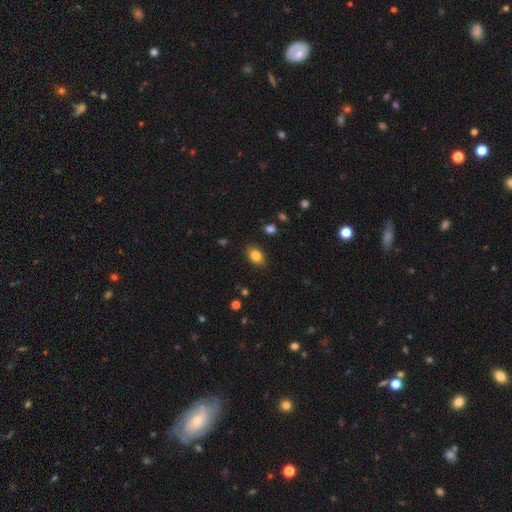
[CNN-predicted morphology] A smooth galaxy with no disk features (82%) that is in between round and cigar-shaped (82%). Merging: none (86%).